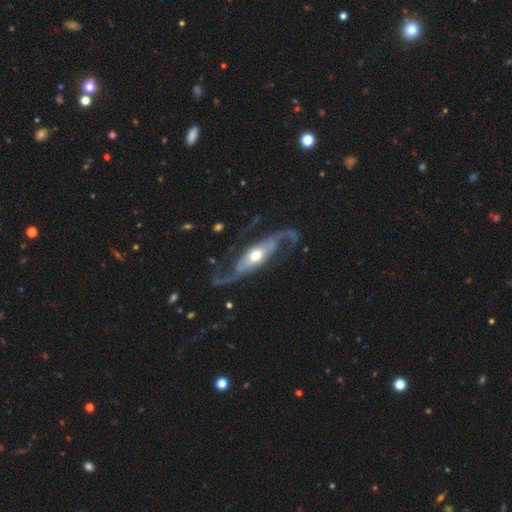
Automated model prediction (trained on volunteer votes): Smooth or featured? Predicted: featured or disk (p=0.85). Edge-on disk? Predicted: no (p=0.86). Bar? Predicted: no (p=0.58). Spiral arms? Predicted: yes (p=0.92). Spiral winding? Predicted: loose (p=0.64). Spiral arm count? Predicted: 2 (p=0.90). Bulge size? Predicted: moderate (p=0.66). Merging? Predicted: none (p=0.64).